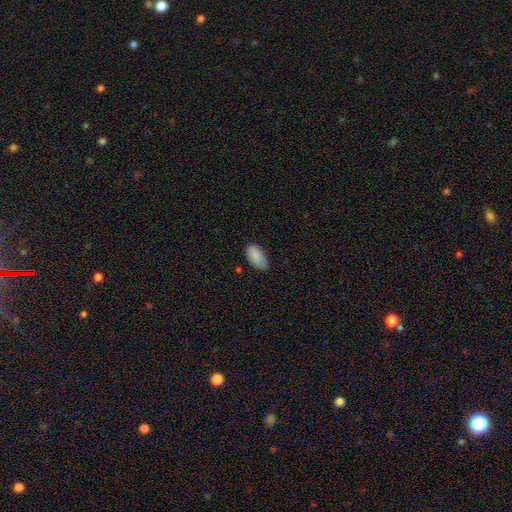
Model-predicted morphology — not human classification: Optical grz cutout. It shows a smooth galaxy with no disk features (87%) that is in between round and cigar-shaped (95%). Merging: none (71%).